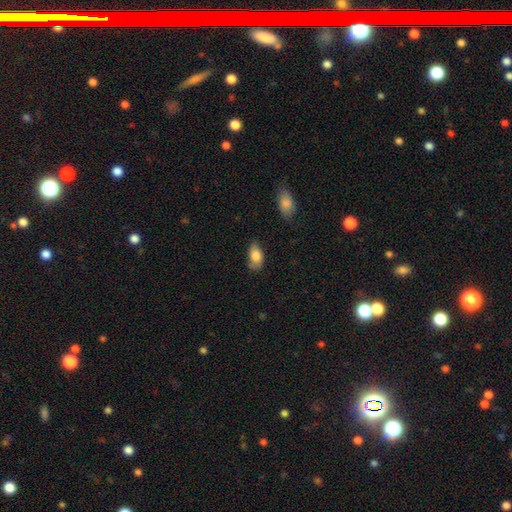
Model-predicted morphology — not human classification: A smooth galaxy with no disk features (80%) that is in between round and cigar-shaped (92%). Merging: none (58%).